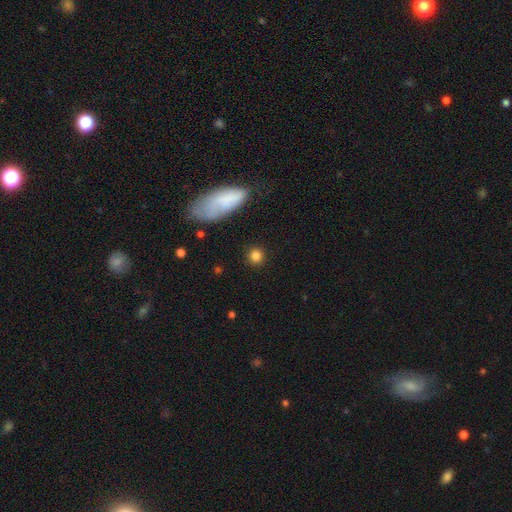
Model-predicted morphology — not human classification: This is clearly a smooth galaxy (83%). How rounded: clearly round (89%). Merging: clearly none (88%).